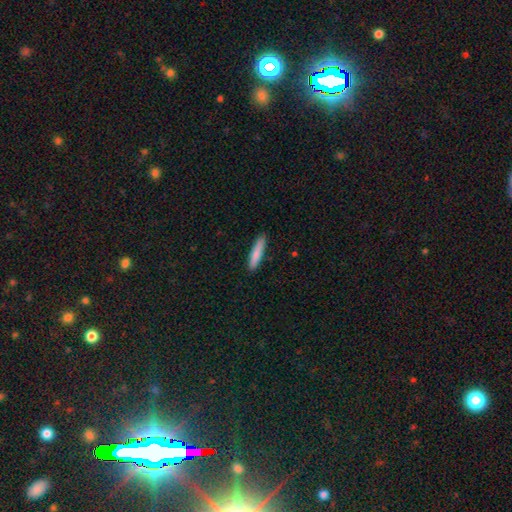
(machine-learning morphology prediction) This is clearly a smooth galaxy (82%). How rounded: clearly cigar-shaped (89%). Merging: clearly none (89%).